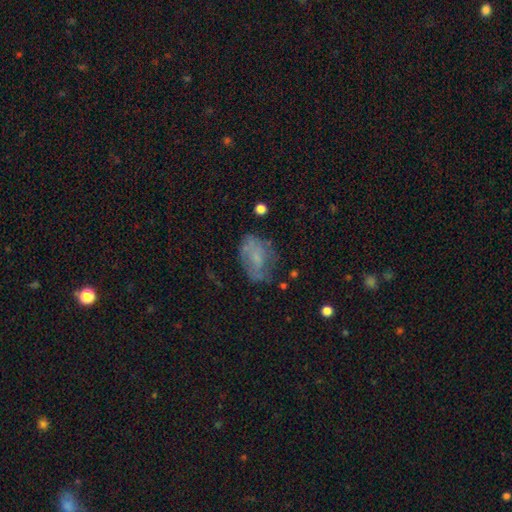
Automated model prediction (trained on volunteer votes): Q: Smooth or featured?
A: smooth (47%); runner-up: featured or disk (41%)
Q: Merging?
A: none (53%); runner-up: minor disturbance (26%)